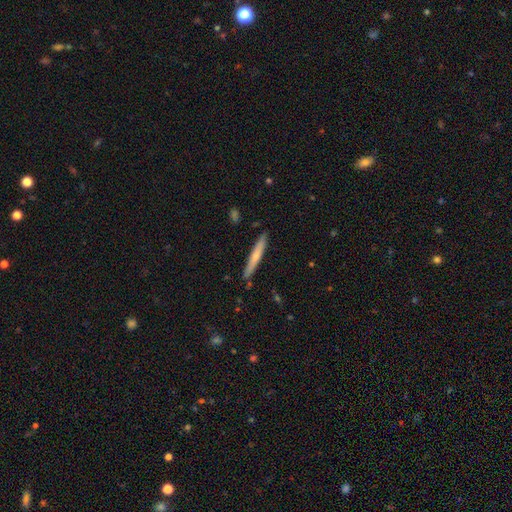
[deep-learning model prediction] The model was most divided on "smooth or featured": smooth: 60%, featured or disk: 35%, star or artifact: 5%. More confident: how rounded — cigar-shaped (95%); merging — none (87%).